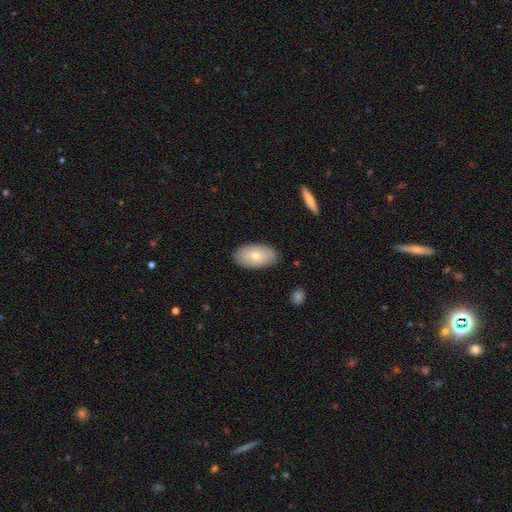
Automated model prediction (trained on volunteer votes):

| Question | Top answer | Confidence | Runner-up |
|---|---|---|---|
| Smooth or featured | smooth | 72% | featured or disk (22%) |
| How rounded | in between | 94% | round (4%) |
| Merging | none | 83% | minor disturbance (13%) |